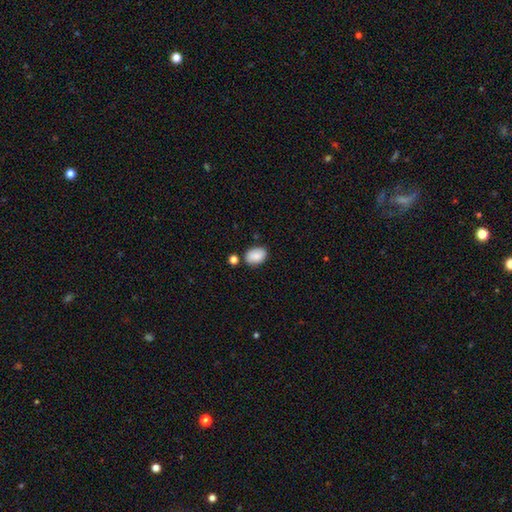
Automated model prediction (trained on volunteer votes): Q: Smooth or featured?
A: smooth (87%); runner-up: star or artifact (7%)
Q: How rounded?
A: in between (84%); runner-up: round (15%)
Q: Merging?
A: none (76%); runner-up: minor disturbance (14%)